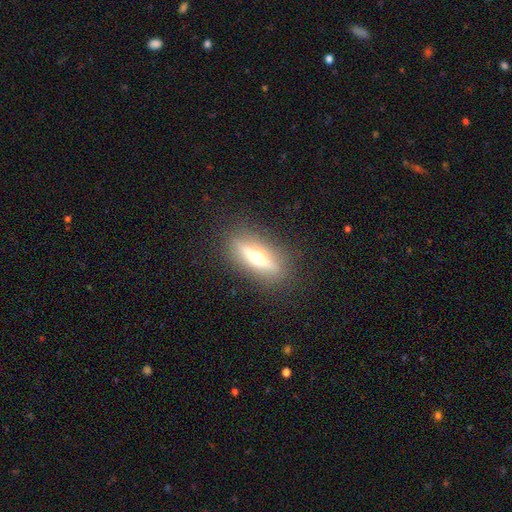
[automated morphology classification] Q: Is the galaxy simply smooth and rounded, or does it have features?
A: featured or disk — 57%.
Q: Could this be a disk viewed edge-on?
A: yes — 85%.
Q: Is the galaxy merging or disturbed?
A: none — 87%.